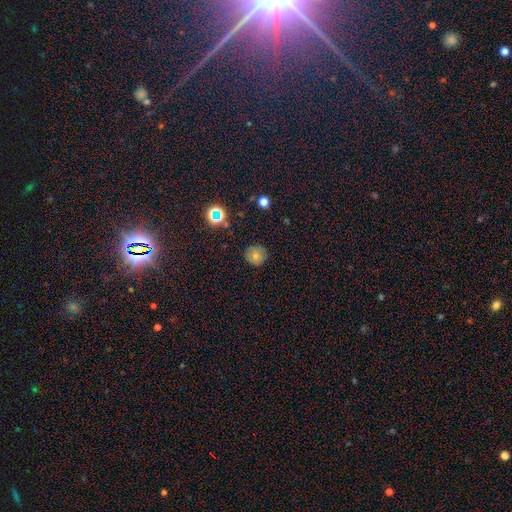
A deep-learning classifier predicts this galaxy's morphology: A smooth galaxy with no disk features (71%) that is round (94%). Merging: none (87%).